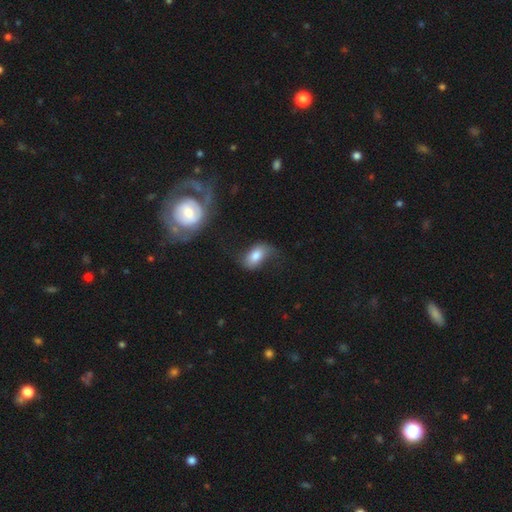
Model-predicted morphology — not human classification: A smooth galaxy with no disk features (64%) that is in between round and cigar-shaped (90%).

Vote fractions:
- Smooth or featured? smooth: 64% / featured or disk: 28% / star or artifact: 8%
- How rounded? in between: 90% / round: 7% / cigar-shaped: 3%
- Merging? none: 48% / minor disturbance: 26% / major disturbance: 21% / merger: 5%